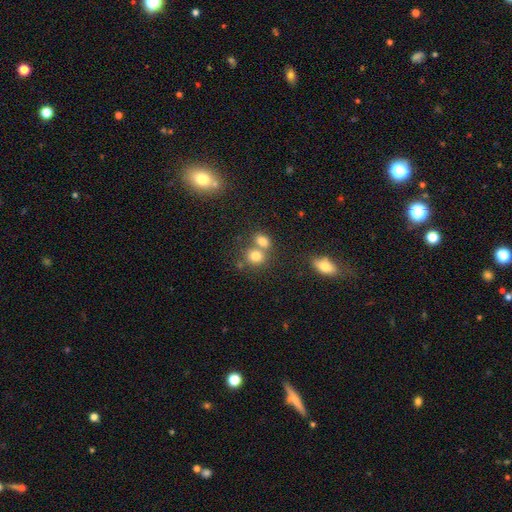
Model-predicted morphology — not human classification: smooth 78%, star or artifact 12%, featured or disk 10%. Down the decision tree: how rounded — round (62%); merging — merger (46%).